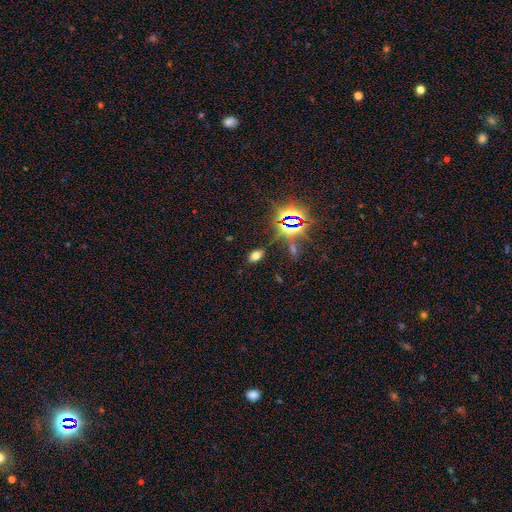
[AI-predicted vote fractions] smooth 58%, star or artifact 31%, featured or disk 11%. Down the decision tree: how rounded — in between (87%); merging — none (85%).